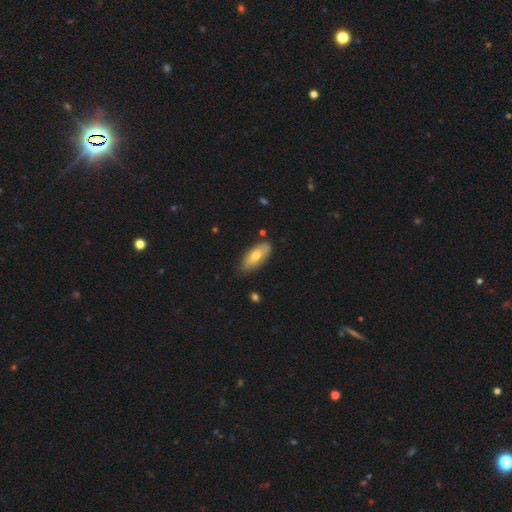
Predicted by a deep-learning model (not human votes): A smooth galaxy with no disk features (66%) that is in between round and cigar-shaped (86%). Merging: none (81%).